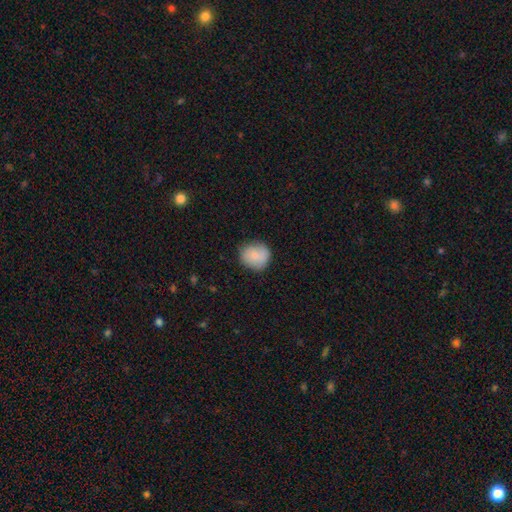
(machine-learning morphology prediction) This is likely a smooth galaxy (80%). How rounded: clearly round (83%). Merging: likely none (78%).